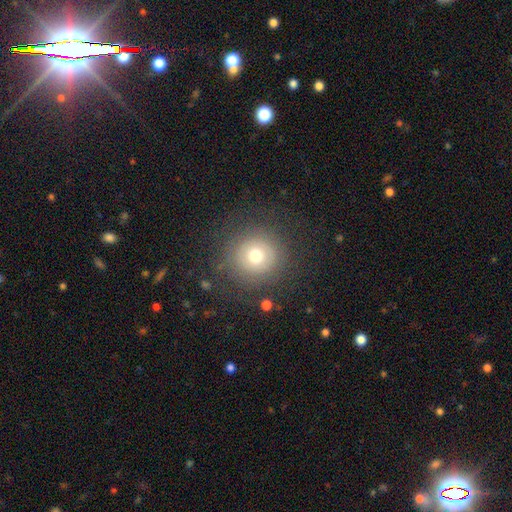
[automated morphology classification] smooth-or-featured: smooth: 67% | featured or disk: 20% | star or artifact: 14%
  how-rounded: round: 93% | in between: 6% | cigar-shaped: 1%
  merging: none: 82% | minor disturbance: 10% | major disturbance: 7% | merger: 1%